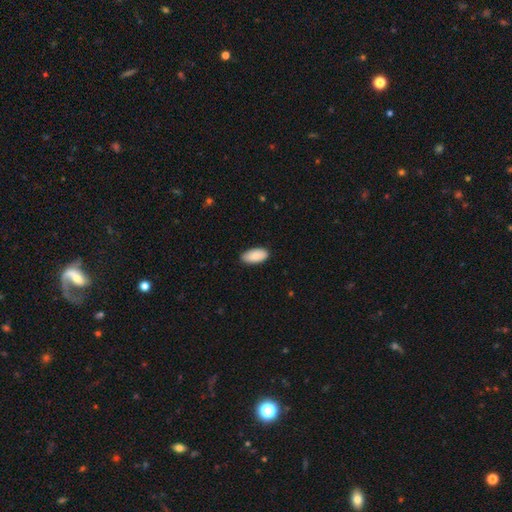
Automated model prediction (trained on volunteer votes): Smooth or featured?
  - smooth: 89% *
  - star or artifact: 6%
  - featured or disk: 5%
How rounded?
  - in between: 94% *
  - cigar-shaped: 4%
  - round: 2%
Merging?
  - none: 86% *
  - minor disturbance: 11%
  - major disturbance: 2%
  - merger: 1%